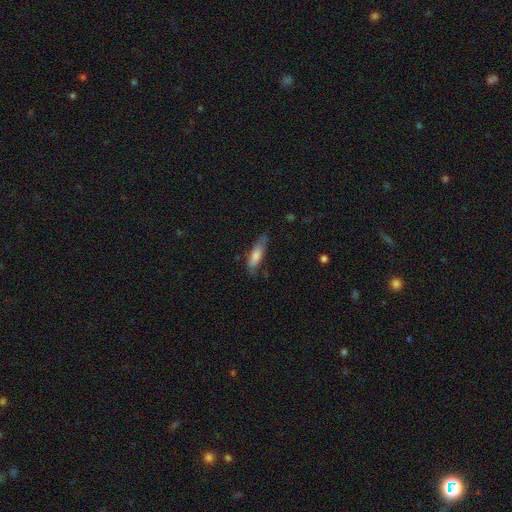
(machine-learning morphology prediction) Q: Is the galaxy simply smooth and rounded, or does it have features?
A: smooth — 72%.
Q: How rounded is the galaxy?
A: cigar-shaped — 57%.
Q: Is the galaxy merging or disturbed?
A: none — 68%.